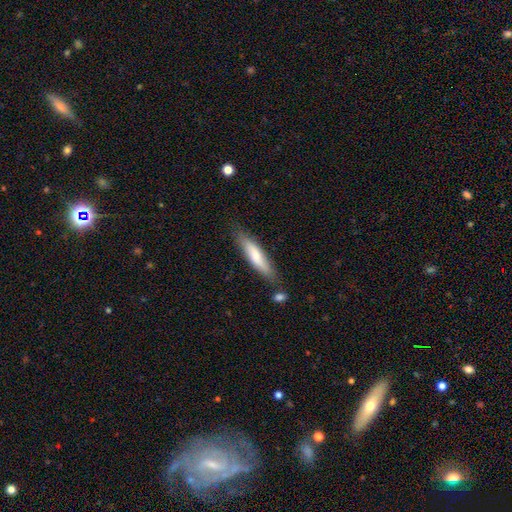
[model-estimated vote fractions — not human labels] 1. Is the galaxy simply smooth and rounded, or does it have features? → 69% smooth, 25% featured or disk, 6% star or artifact.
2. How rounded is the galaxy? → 80% cigar-shaped, 19% in between, 1% round.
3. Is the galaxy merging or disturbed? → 74% none, 16% minor disturbance, 6% merger, 3% major disturbance.